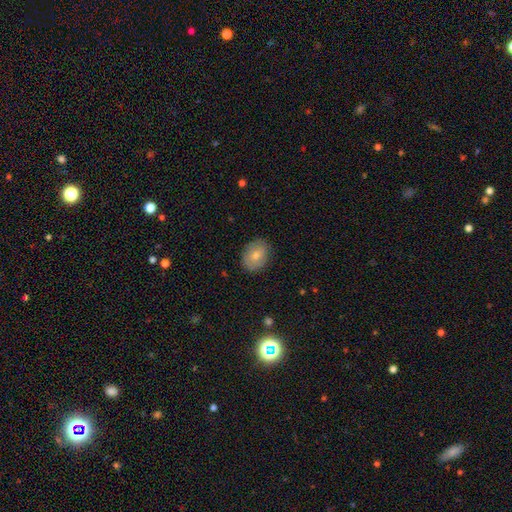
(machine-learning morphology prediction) Smooth or featured: smooth — 72% (featured or disk — 21%)
How rounded: in between — 60% (round — 39%)
Merging: none — 83% (minor disturbance — 13%)